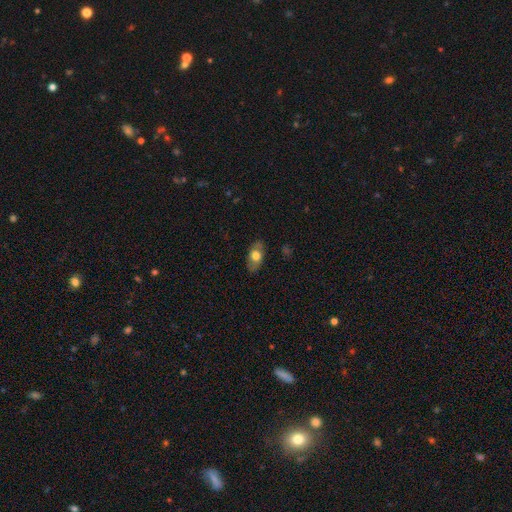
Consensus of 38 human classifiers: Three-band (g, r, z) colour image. It shows a smooth galaxy with no disk features (68%) that is in between round and cigar-shaped (88%). Merging: none (82%).